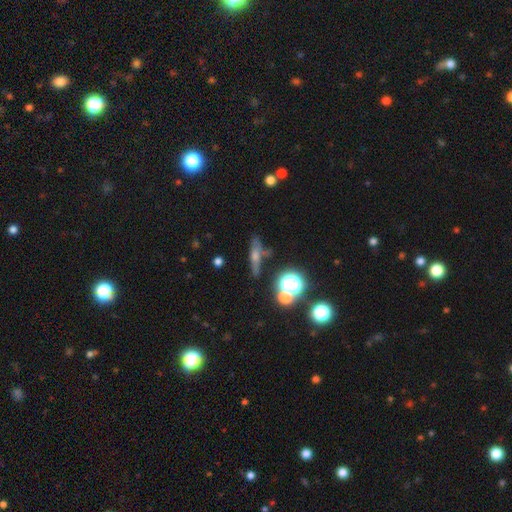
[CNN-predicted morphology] This appears to be a smooth galaxy with no disk features (44%). Merging: none (62%).